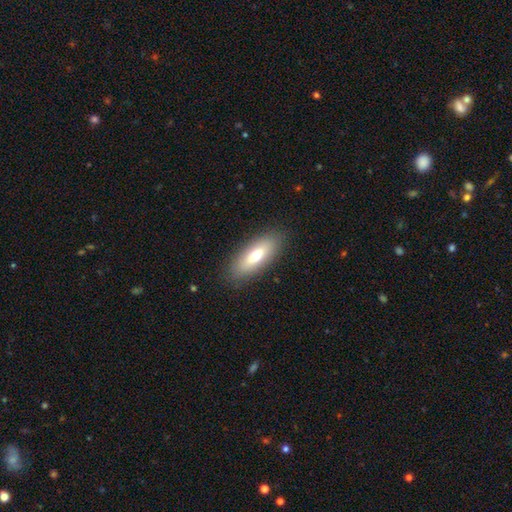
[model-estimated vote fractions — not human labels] Smooth or featured? Predicted: smooth (p=0.74). How rounded? Predicted: in between (p=0.65). Merging? Predicted: none (p=0.87).